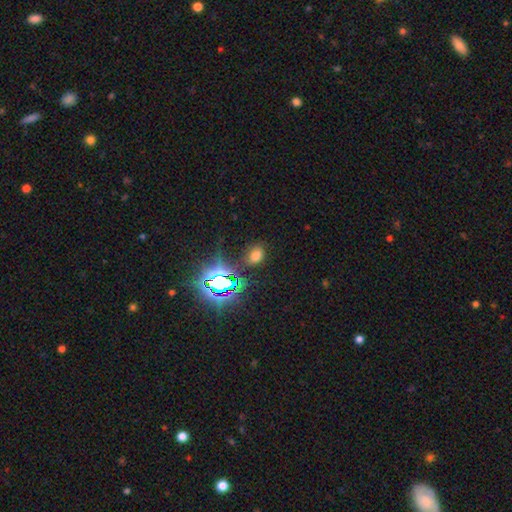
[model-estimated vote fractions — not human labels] A smooth galaxy with no disk features (58%) that is in between round and cigar-shaped (76%).

Vote fractions:
- Smooth or featured? smooth: 58% / star or artifact: 34% / featured or disk: 7%
- How rounded? in between: 76% / round: 22% / cigar-shaped: 2%
- Merging? none: 79% / minor disturbance: 13% / major disturbance: 5% / merger: 3%